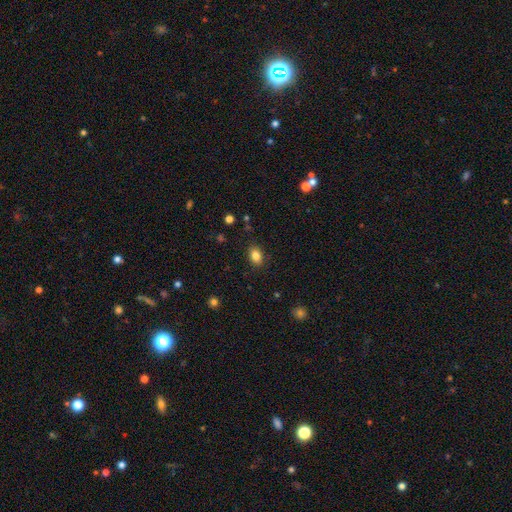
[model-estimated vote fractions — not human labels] smooth-or-featured: smooth: 84% | star or artifact: 10% | featured or disk: 6%
  how-rounded: in between: 77% | round: 22% | cigar-shaped: 1%
  merging: none: 86% | minor disturbance: 10% | major disturbance: 3% | merger: 1%